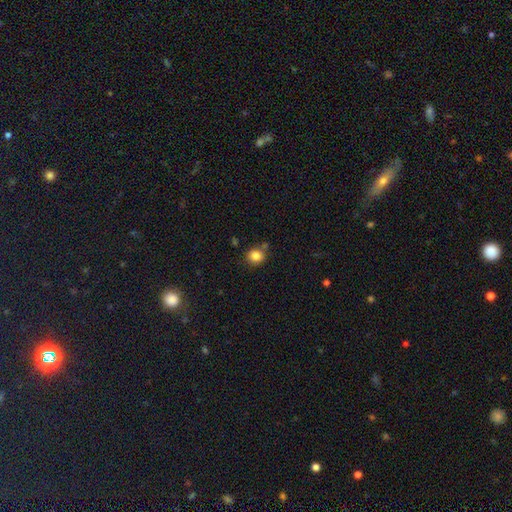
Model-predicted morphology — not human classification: A smooth galaxy with no disk features (84%) that is round (81%). Merging: none (78%).